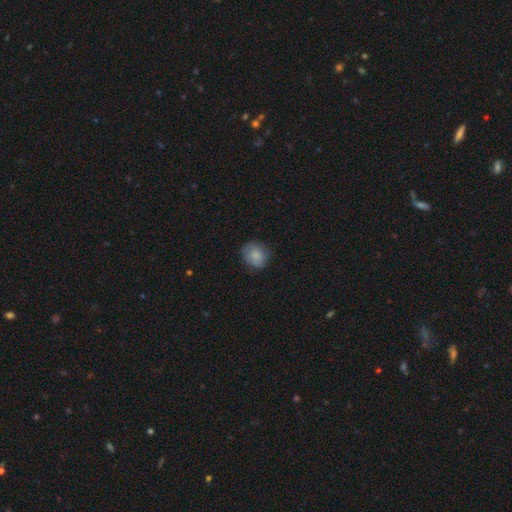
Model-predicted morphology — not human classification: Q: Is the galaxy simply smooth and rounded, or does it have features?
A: smooth — 79%.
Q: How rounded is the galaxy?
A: round — 74%.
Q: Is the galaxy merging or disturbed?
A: none — 73%.